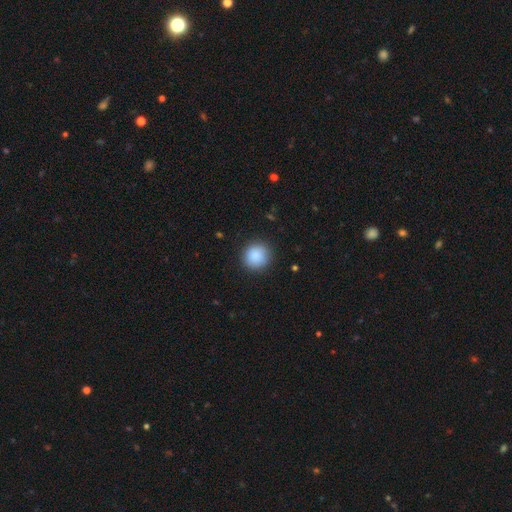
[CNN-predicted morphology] This is clearly a smooth galaxy (88%). How rounded: clearly round (94%). Merging: clearly none (89%).